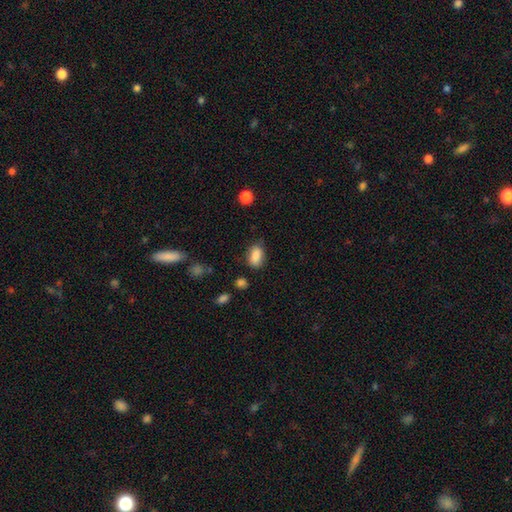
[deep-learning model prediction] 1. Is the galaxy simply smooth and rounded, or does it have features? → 87% smooth, 8% star or artifact, 5% featured or disk.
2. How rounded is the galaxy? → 87% in between, 10% round, 2% cigar-shaped.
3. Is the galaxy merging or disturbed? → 72% none, 20% minor disturbance, 5% major disturbance, 3% merger.